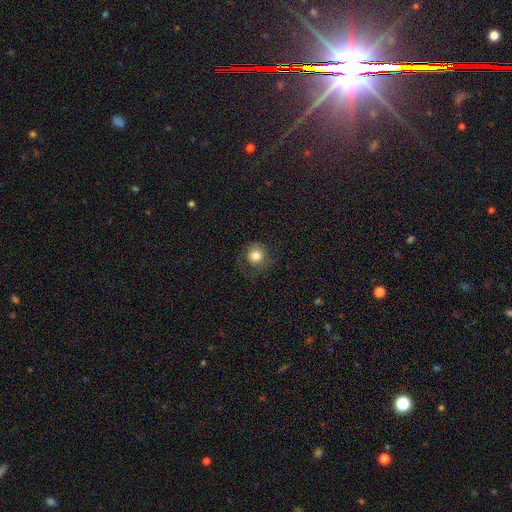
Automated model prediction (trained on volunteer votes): Overall: smooth (75%). How rounded: round (90%). Merging: none (67%).